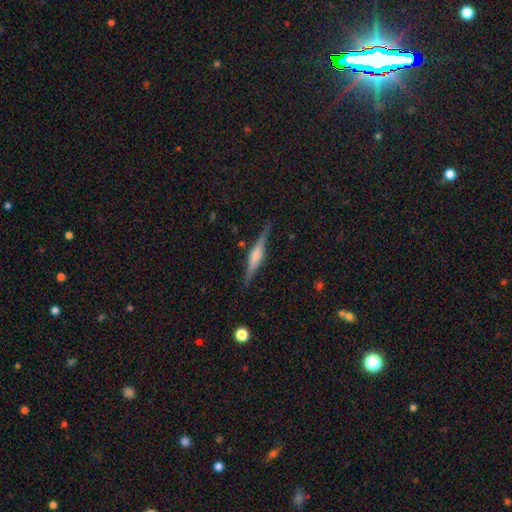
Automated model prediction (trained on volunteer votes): This is likely a featured or disk galaxy (71%). It is clearly viewed edge-on (97%). Edge-on bulge: likely rounded (64%). Merging: clearly none (87%).